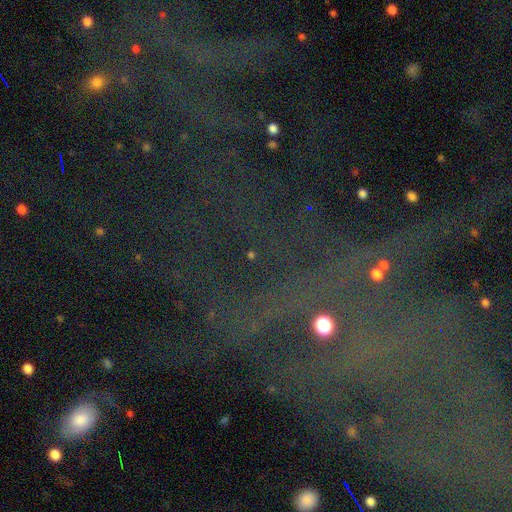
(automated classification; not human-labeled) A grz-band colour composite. It shows a star or artifact, not a galaxy (75%).